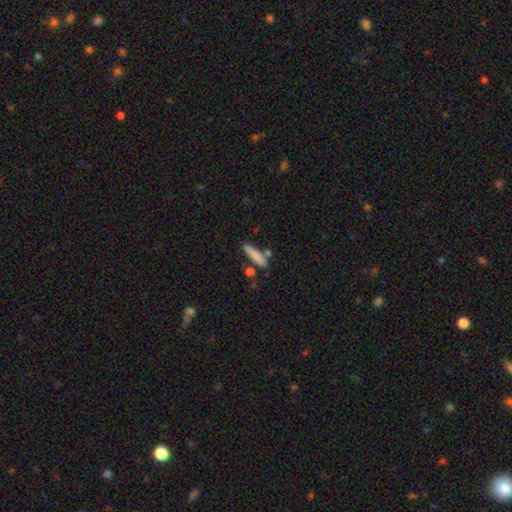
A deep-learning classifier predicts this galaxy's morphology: A smooth galaxy with no disk features (82%) that is cigar-shaped (79%). Merging: none (72%).